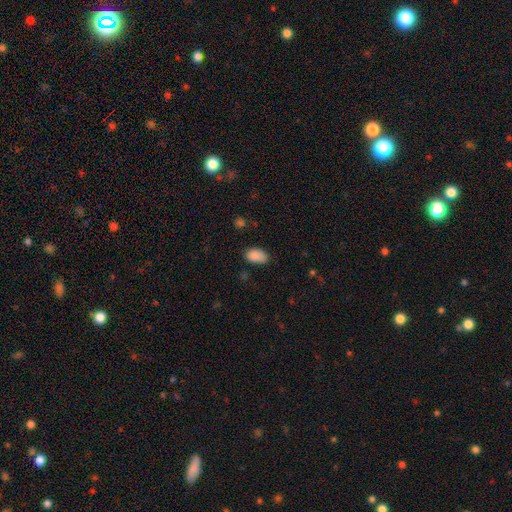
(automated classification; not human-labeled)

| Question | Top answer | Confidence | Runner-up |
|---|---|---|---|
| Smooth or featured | smooth | 88% | star or artifact (8%) |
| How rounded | in between | 92% | round (7%) |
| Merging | none | 75% | minor disturbance (19%) |